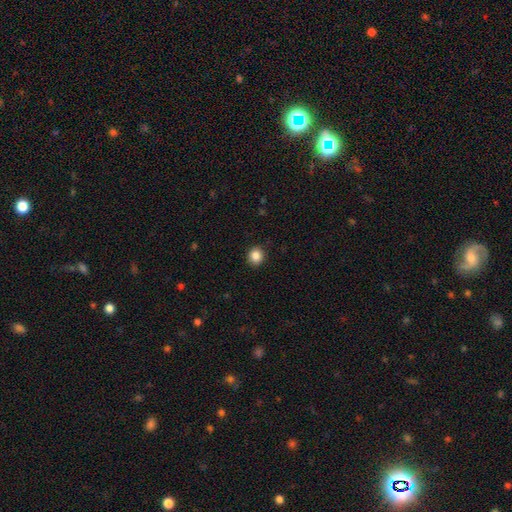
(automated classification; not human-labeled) This is clearly a smooth galaxy (86%). How rounded: clearly round (81%). Merging: clearly none (90%).